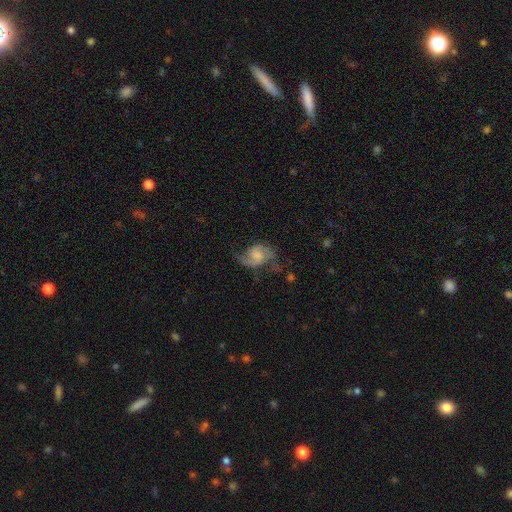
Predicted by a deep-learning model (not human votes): Q: Smooth or featured?
A: featured or disk (80%); runner-up: smooth (13%)
Q: Edge-on disk?
A: no (98%); runner-up: yes (2%)
Q: Bar?
A: no (48%); runner-up: weak (44%)
Q: Spiral arms?
A: yes (94%); runner-up: no (6%)
Q: Spiral winding?
A: loose (46%); runner-up: medium (43%)
Q: Spiral arm count?
A: 2 (83%); runner-up: 1 (9%)
Q: Bulge size?
A: small (34%); runner-up: moderate (31%)
Q: Merging?
A: none (56%); runner-up: minor disturbance (21%)